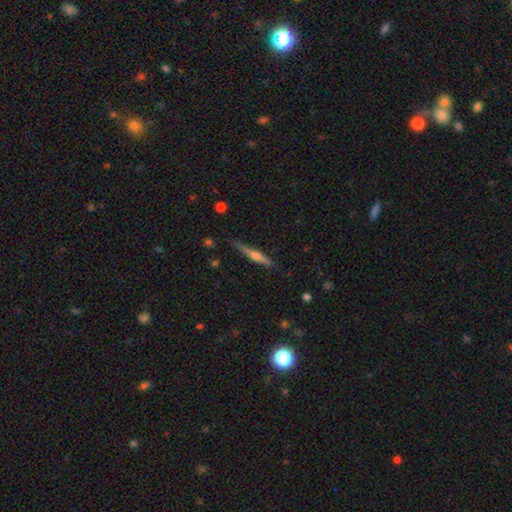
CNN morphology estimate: Smooth or featured?
  - featured or disk: 58% *
  - smooth: 35%
  - star or artifact: 7%
Edge-on disk?
  - yes: 96% *
  - no: 4%
Edge-on bulge?
  - rounded: 83% *
  - none: 12%
  - boxy: 5%
Merging?
  - none: 79% *
  - minor disturbance: 17%
  - major disturbance: 3%
  - merger: 2%